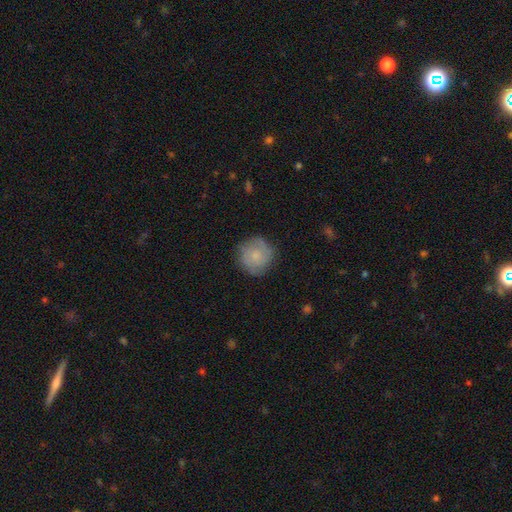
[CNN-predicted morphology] Smooth or featured? Predicted: smooth (p=0.63). How rounded? Predicted: round (p=0.92). Merging? Predicted: none (p=0.76).